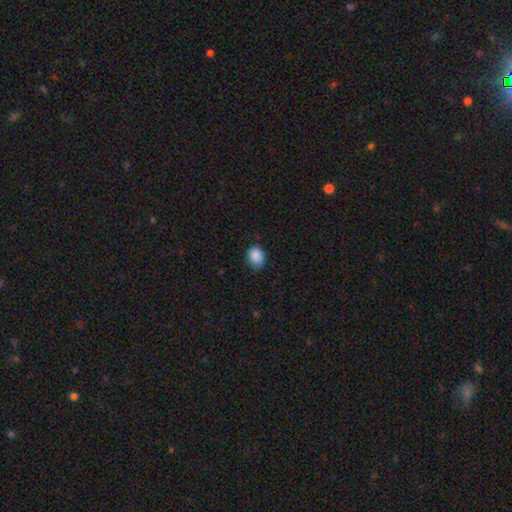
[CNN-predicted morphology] A smooth galaxy with no disk features (88%) that is in between round and cigar-shaped (53%).

Vote fractions:
- Smooth or featured? smooth: 88% / star or artifact: 8% / featured or disk: 4%
- How rounded? in between: 53% / round: 46% / cigar-shaped: 1%
- Merging? none: 73% / minor disturbance: 23% / major disturbance: 4% / merger: 1%